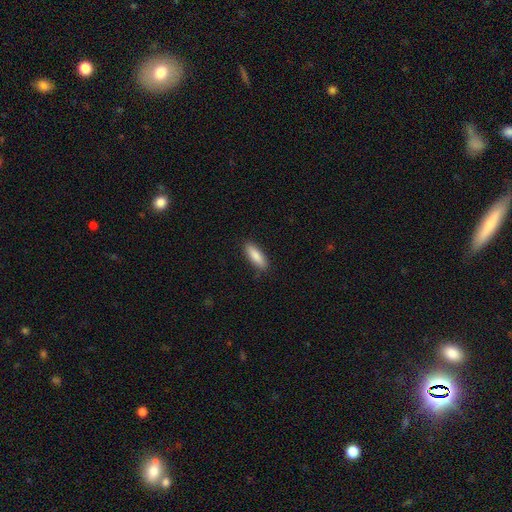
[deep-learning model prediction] Overall: smooth (86%). How rounded: in between (56%; cigar-shaped 43%). Merging: none (85%).